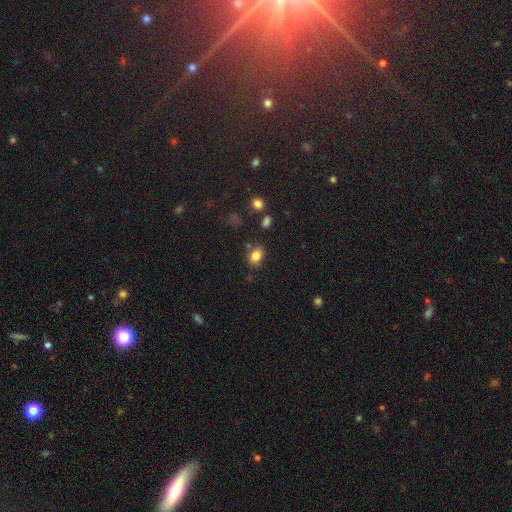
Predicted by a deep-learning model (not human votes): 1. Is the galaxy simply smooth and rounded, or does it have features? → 84% smooth, 10% star or artifact, 6% featured or disk.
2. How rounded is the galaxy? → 71% in between, 28% round, 1% cigar-shaped.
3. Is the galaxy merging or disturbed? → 77% none, 14% minor disturbance, 6% merger, 4% major disturbance.